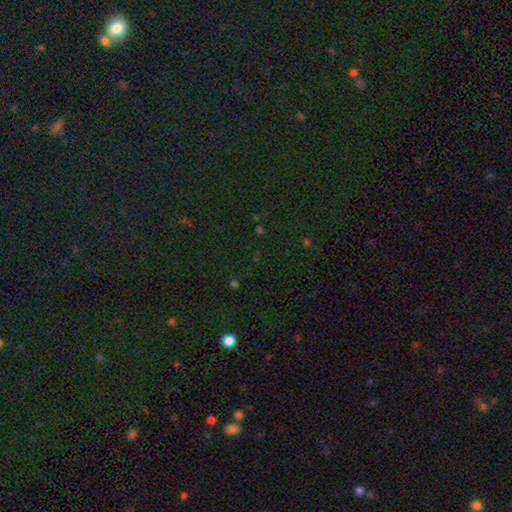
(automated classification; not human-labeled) Morphology: type=star or artifact (76%).